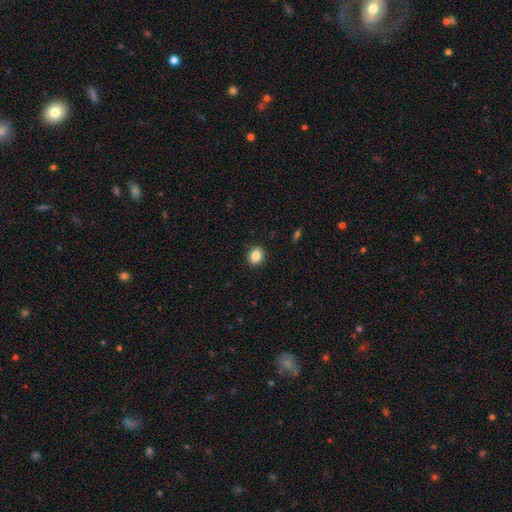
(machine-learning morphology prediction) A smooth galaxy with no disk features (85%) that is round (74%).

Vote fractions:
- Smooth or featured? smooth: 85% / star or artifact: 10% / featured or disk: 5%
- How rounded? round: 74% / in between: 25% / cigar-shaped: 1%
- Merging? none: 92% / minor disturbance: 6% / major disturbance: 2% / merger: 1%